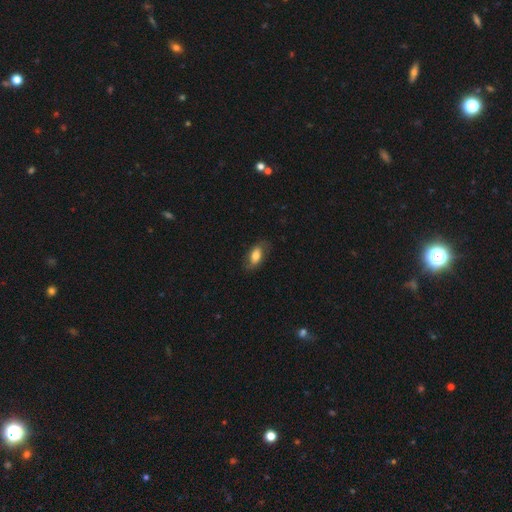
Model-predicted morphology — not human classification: Smooth or featured?
  - smooth: 68% *
  - featured or disk: 25%
  - star or artifact: 7%
How rounded?
  - in between: 87% *
  - cigar-shaped: 6%
  - round: 6%
Merging?
  - none: 74% *
  - minor disturbance: 19%
  - major disturbance: 6%
  - merger: 1%